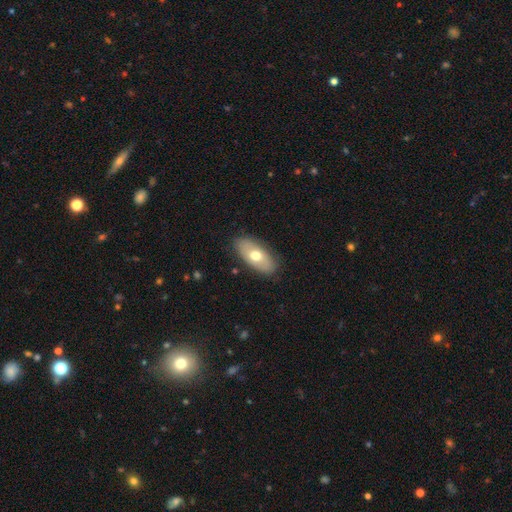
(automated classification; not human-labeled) Smooth or featured: smooth — 63% (featured or disk — 31%)
How rounded: in between — 90% (cigar-shaped — 7%)
Merging: none — 85% (minor disturbance — 11%)